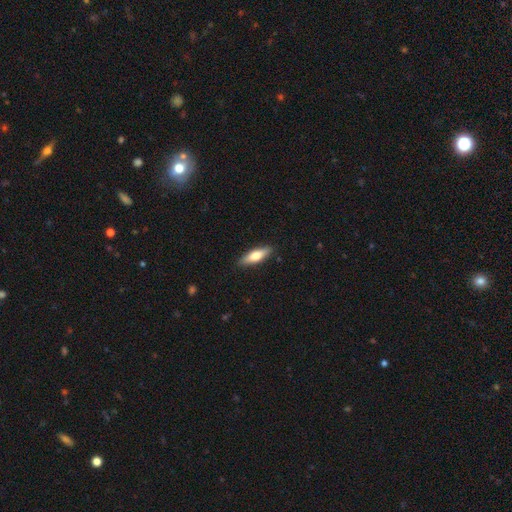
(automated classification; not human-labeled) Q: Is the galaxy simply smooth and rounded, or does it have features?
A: smooth — 63%.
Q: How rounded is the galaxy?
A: cigar-shaped — 53%.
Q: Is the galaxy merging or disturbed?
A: none — 88%.